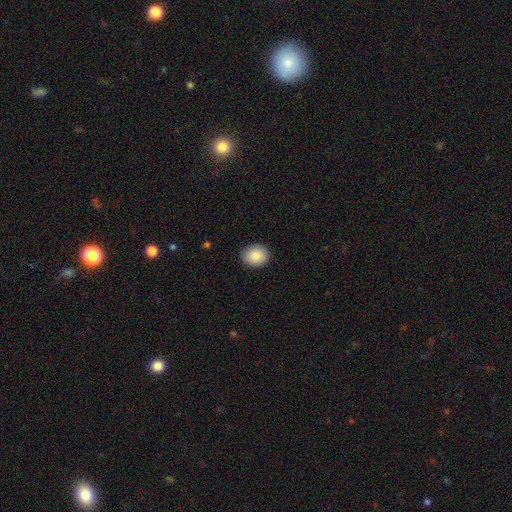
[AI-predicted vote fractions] Morphology: type=smooth (89%); roundness=round (54%); merging=none (89%).